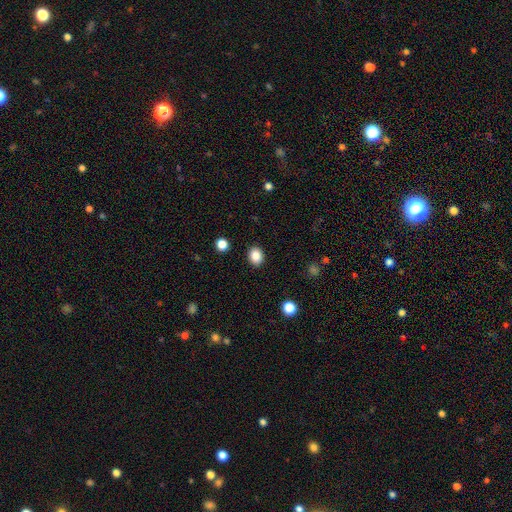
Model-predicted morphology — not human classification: Overall: smooth (87%). How rounded: round (57%; in between 42%). Merging: none (90%).